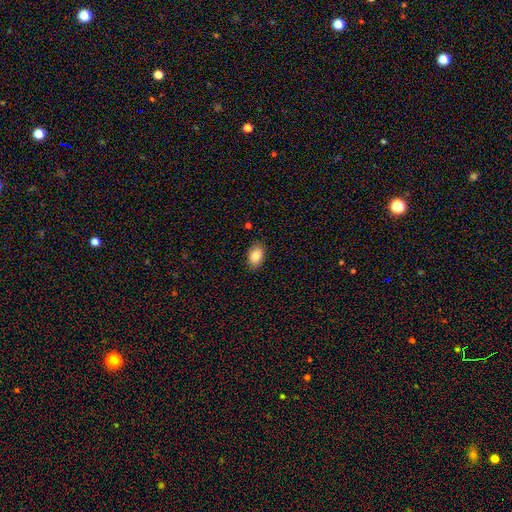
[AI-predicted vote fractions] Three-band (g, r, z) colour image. It shows a smooth galaxy with no disk features (85%) that is in between round and cigar-shaped (88%). Merging: none (85%).